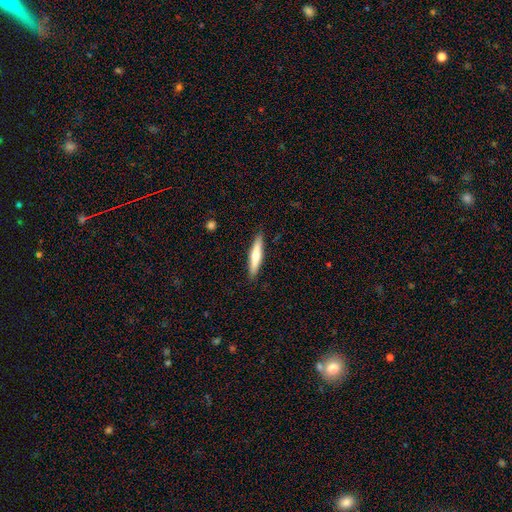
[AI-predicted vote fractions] Morphology: type=smooth (59%); roundness=cigar-shaped (87%); merging=none (89%).